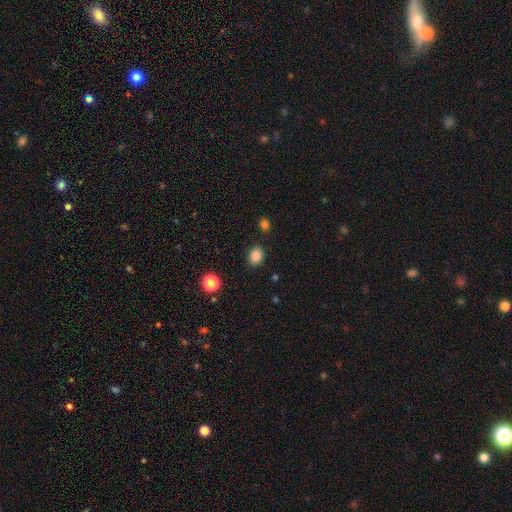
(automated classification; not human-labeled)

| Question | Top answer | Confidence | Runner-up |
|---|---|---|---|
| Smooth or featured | smooth | 85% | star or artifact (11%) |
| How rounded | in between | 53% | round (46%) |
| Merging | none | 86% | minor disturbance (9%) |